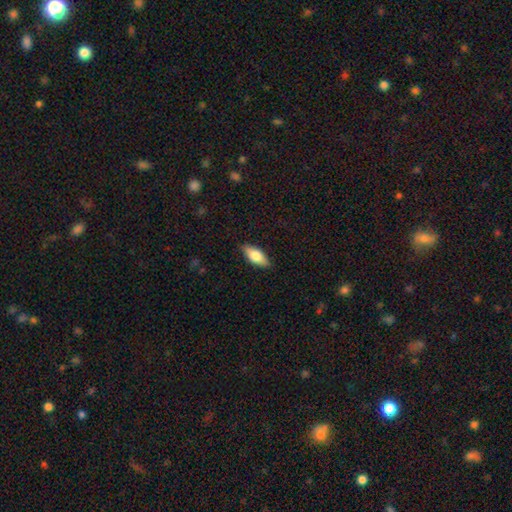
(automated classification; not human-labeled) Morphology: type=smooth (72%); roundness=in between (82%); merging=none (87%).